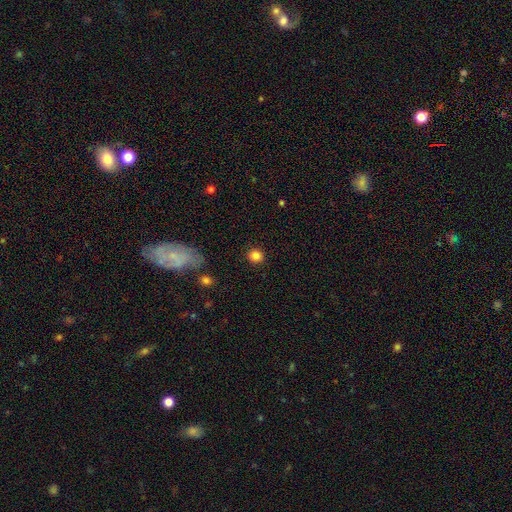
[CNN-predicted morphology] This appears to be a smooth galaxy with no disk features (85%) that is round (85%). Merging: none (90%).